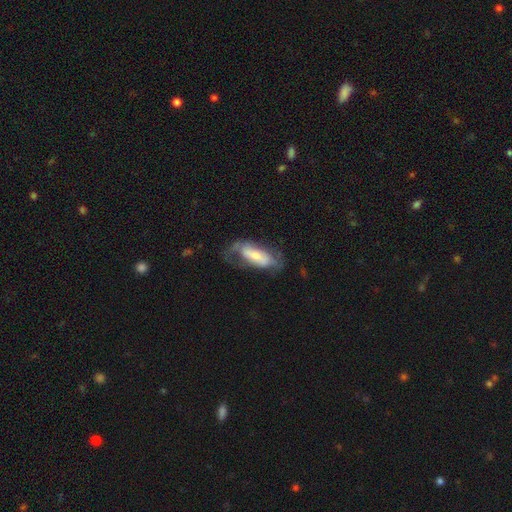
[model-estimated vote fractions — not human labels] A featured or disk galaxy (49%).

Vote fractions:
- Smooth or featured? featured or disk: 49% / smooth: 45% / star or artifact: 7%
- Merging? none: 41% / major disturbance: 31% / minor disturbance: 26% / merger: 3%